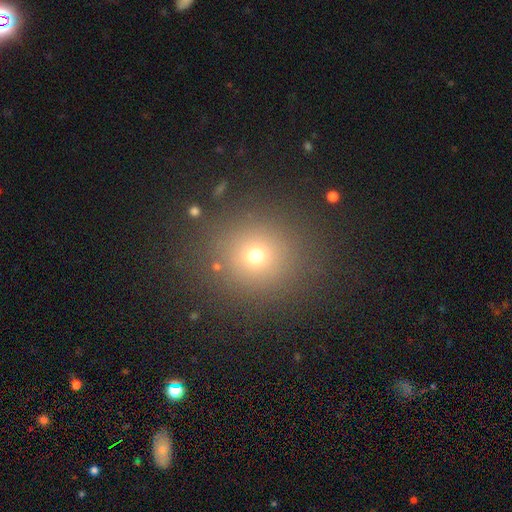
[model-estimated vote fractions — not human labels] A smooth galaxy with no disk features (68%) that is round (86%). Merging: none (85%).